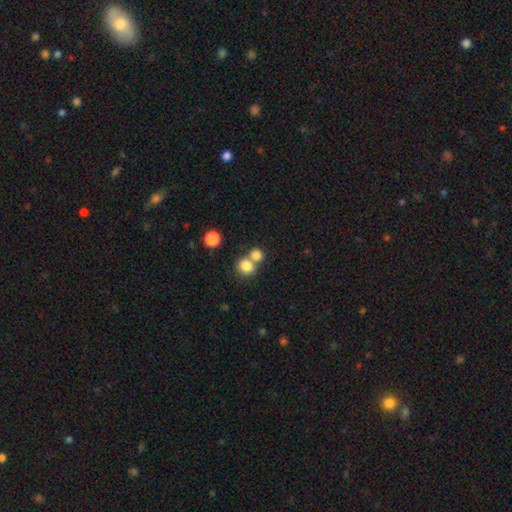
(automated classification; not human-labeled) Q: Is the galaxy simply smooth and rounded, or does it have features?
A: smooth — 81%.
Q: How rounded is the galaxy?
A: round — 67%.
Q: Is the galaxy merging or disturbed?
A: merger — 49%.